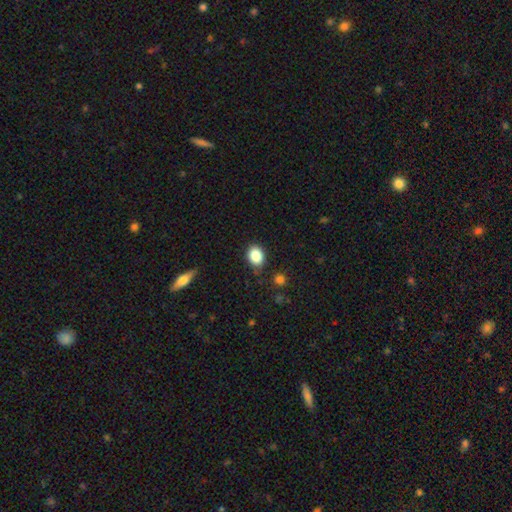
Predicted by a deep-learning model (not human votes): smooth 86%, star or artifact 9%, featured or disk 5%. Down the decision tree: how rounded — in between (60%); merging — none (80%).